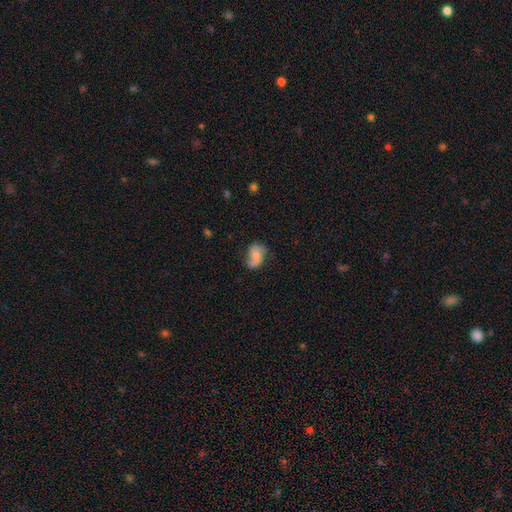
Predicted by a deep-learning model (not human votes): smooth 46%, featured or disk 44%, star or artifact 9%. Down the decision tree: merging — none (48%).